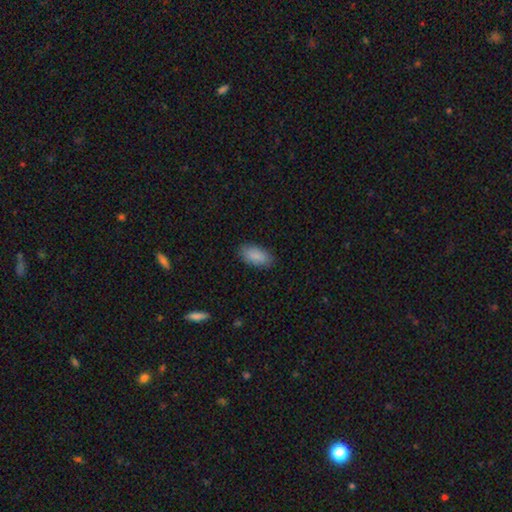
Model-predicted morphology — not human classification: Smooth or featured? Predicted: smooth (p=0.89). How rounded? Predicted: in between (p=0.92). Merging? Predicted: none (p=0.86).